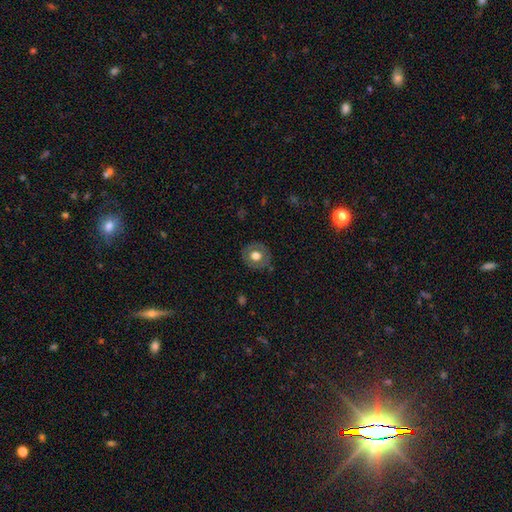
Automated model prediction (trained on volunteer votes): A smooth galaxy with no disk features (60%) that is round (79%). Merging: none (82%).